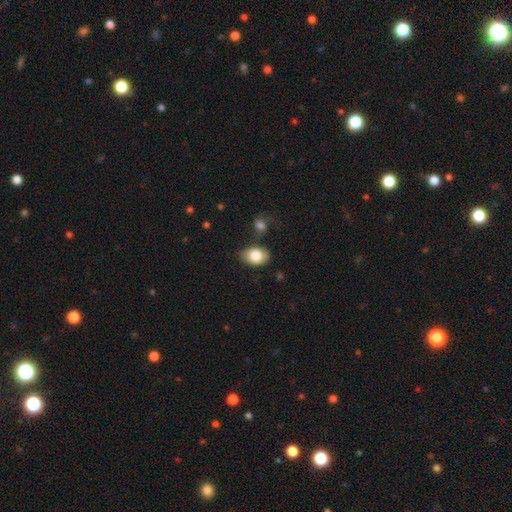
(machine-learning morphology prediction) smooth-or-featured: smooth: 81% | featured or disk: 12% | star or artifact: 7%
  how-rounded: in between: 80% | round: 19% | cigar-shaped: 1%
  merging: none: 63% | minor disturbance: 22% | merger: 9% | major disturbance: 6%